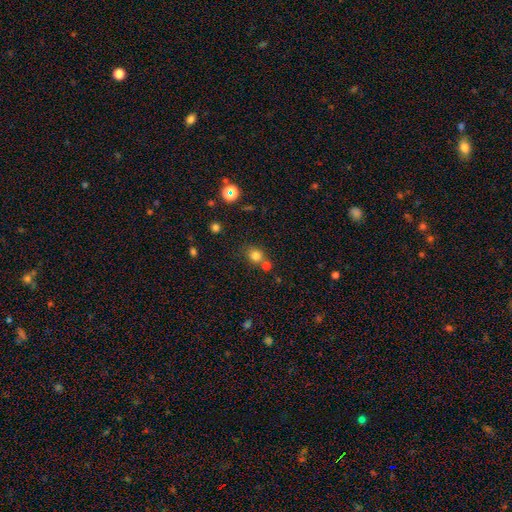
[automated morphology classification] Q: Smooth or featured?
A: smooth (79%); runner-up: star or artifact (14%)
Q: How rounded?
A: round (78%); runner-up: in between (21%)
Q: Merging?
A: none (59%); runner-up: merger (26%)